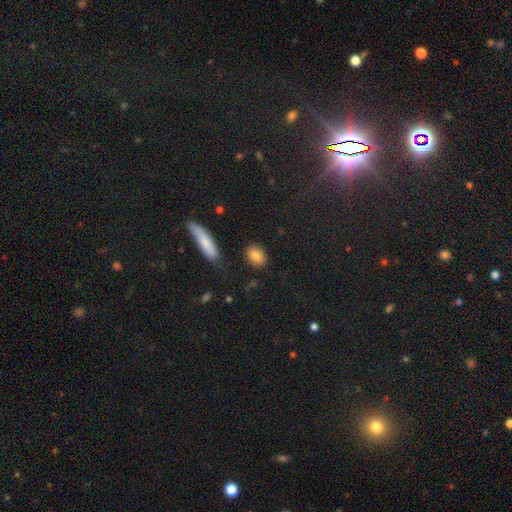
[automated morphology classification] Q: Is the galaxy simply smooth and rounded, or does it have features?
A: smooth — 84%.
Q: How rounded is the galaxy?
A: in between — 73%.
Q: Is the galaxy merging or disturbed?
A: none — 86%.